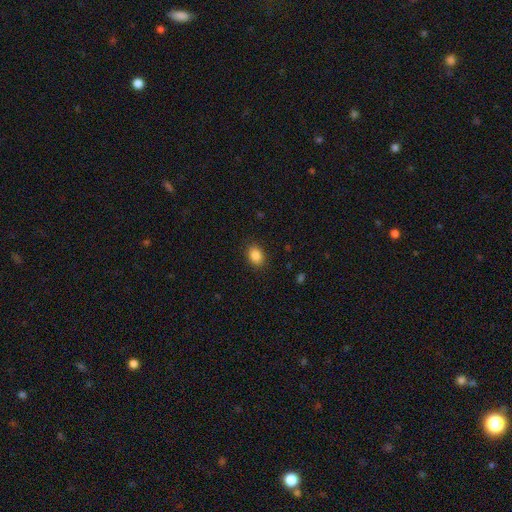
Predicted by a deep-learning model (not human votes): This is clearly a smooth galaxy (87%). How rounded: likely in between (70%). Merging: clearly none (88%).